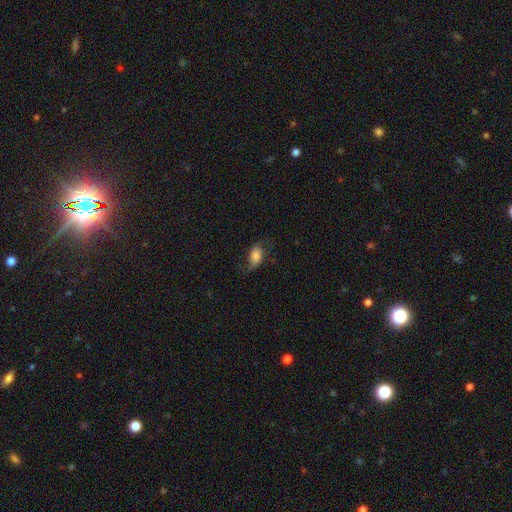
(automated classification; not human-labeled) Smooth or featured?
  - smooth: 62% *
  - featured or disk: 29%
  - star or artifact: 9%
How rounded?
  - in between: 88% *
  - round: 9%
  - cigar-shaped: 3%
Merging?
  - none: 63% *
  - minor disturbance: 22%
  - major disturbance: 13%
  - merger: 1%